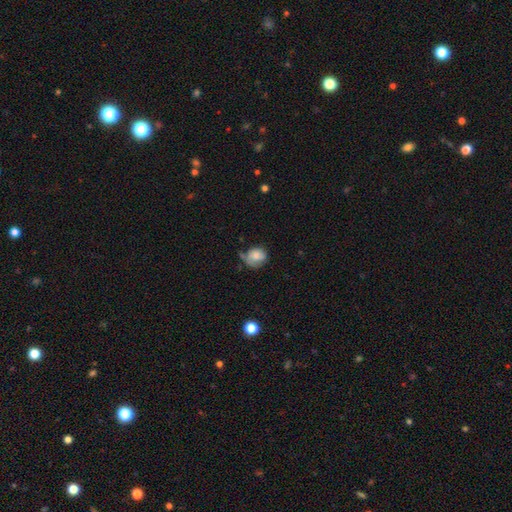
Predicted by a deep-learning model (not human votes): Smooth or featured: smooth — 76% (featured or disk — 16%)
How rounded: round — 66% (in between — 33%)
Merging: none — 42% (minor disturbance — 34%)